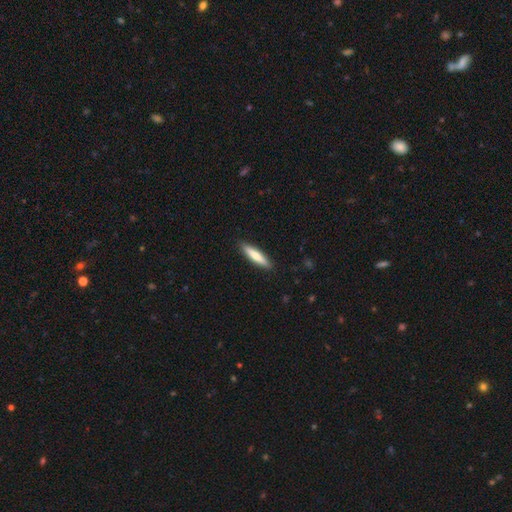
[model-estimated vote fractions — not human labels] Smooth or featured? smooth (71%)
How rounded? cigar-shaped (84%)
Merging? none (90%)